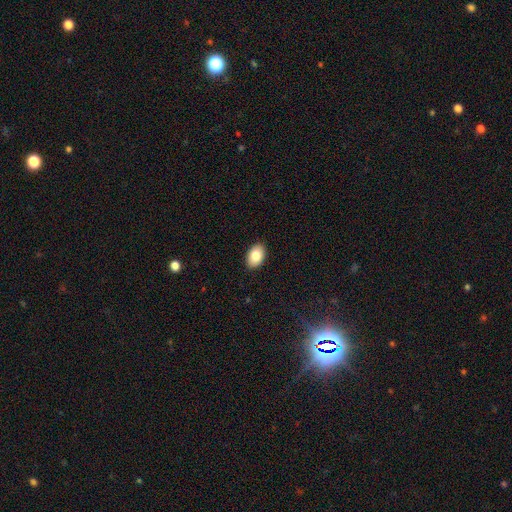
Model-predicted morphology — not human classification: This is clearly a smooth galaxy (84%). How rounded: clearly in between (90%). Merging: clearly none (90%).